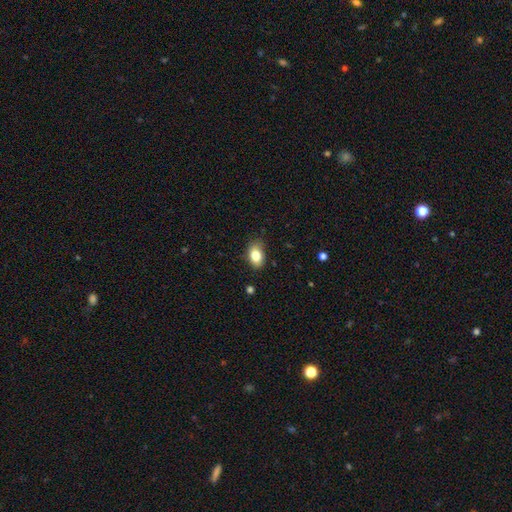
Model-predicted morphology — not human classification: smooth 82%, featured or disk 9%, star or artifact 9%. Down the decision tree: how rounded — in between (86%); merging — none (78%).